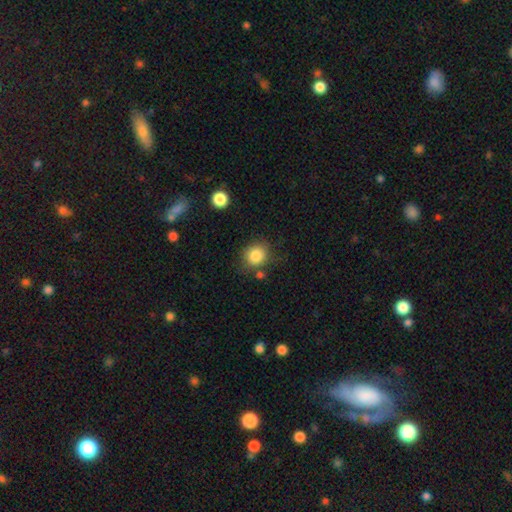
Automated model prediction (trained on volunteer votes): Smooth or featured? smooth (85%)
How rounded? round (80%)
Merging? none (74%)